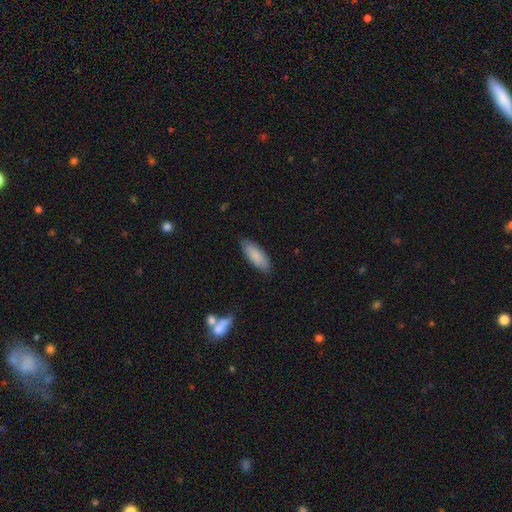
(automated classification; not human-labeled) Smooth or featured? smooth (86%)
How rounded? in between (69%)
Merging? none (84%)